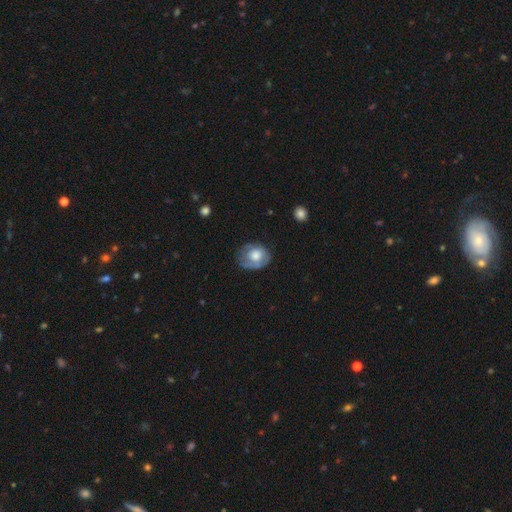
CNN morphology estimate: A smooth galaxy with no disk features (54%) that is round (53%).

Vote fractions:
- Smooth or featured? smooth: 54% / featured or disk: 38% / star or artifact: 7%
- How rounded? round: 53% / in between: 46% / cigar-shaped: 1%
- Merging? none: 58% / minor disturbance: 27% / major disturbance: 13% / merger: 2%